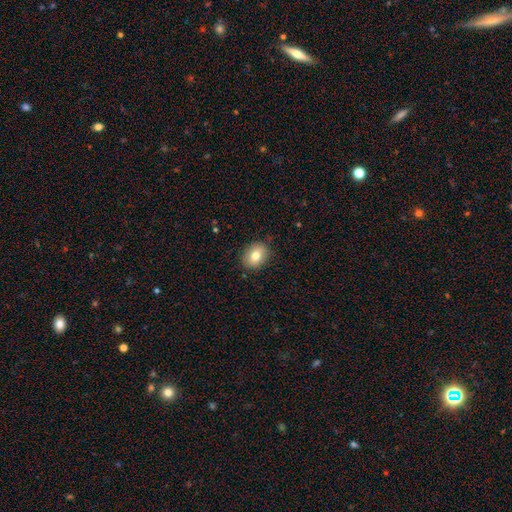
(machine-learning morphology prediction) type=smooth (78%); roundness=in between (54%); merging=none (86%).